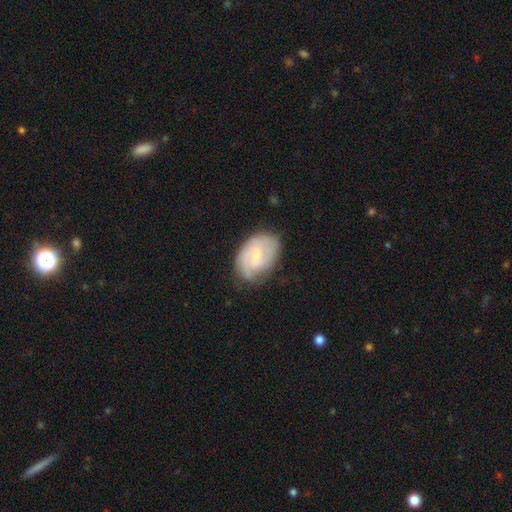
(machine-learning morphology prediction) type=featured or disk (59%); edge-on=no (97%); bar=no (53%); spiral arms=yes (83%); bulge=small (66%); merging=none (65%).